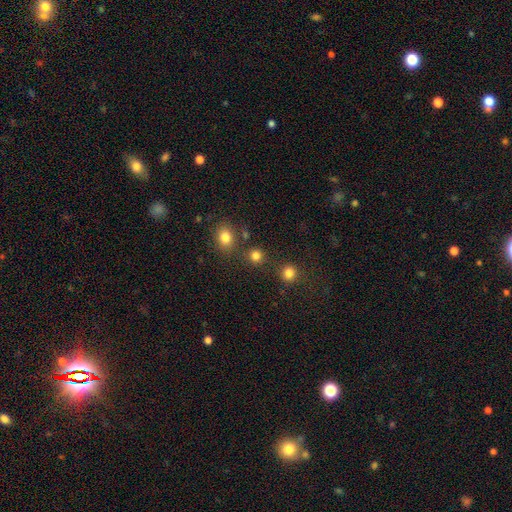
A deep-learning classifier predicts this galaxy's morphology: A smooth galaxy with no disk features (81%) that is round (89%). Merging: none (79%).